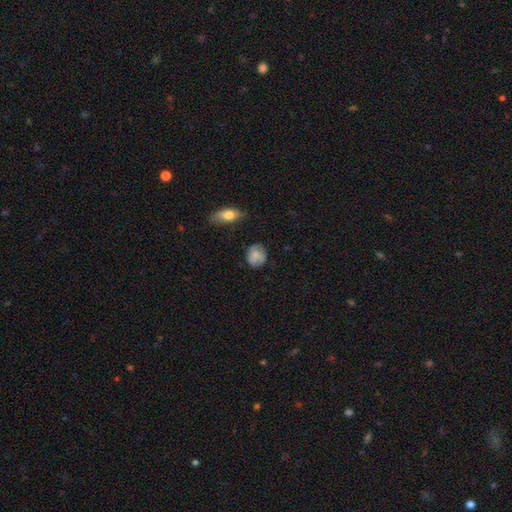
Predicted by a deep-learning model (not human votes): This is likely a smooth galaxy (70%). How rounded: likely round (65%). Merging: likely none (69%).